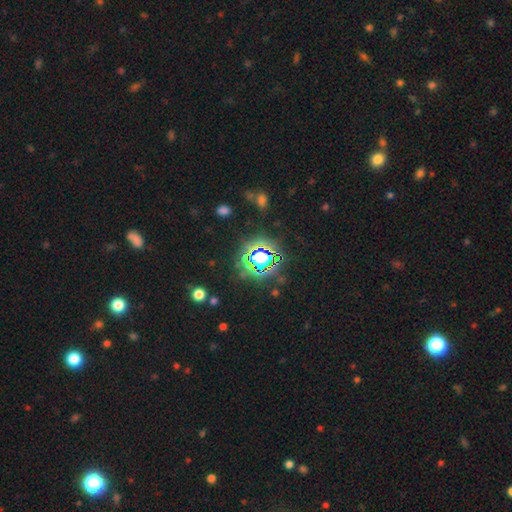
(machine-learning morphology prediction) type=star or artifact (67%).